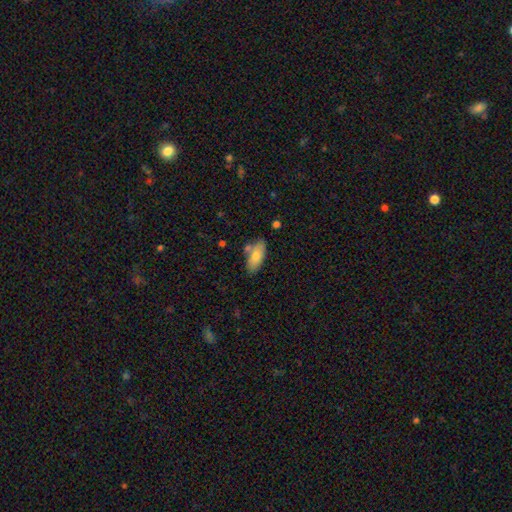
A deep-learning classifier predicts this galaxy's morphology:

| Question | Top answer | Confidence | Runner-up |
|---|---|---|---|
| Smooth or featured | smooth | 75% | featured or disk (19%) |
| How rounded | in between | 85% | cigar-shaped (13%) |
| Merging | none | 71% | minor disturbance (16%) |